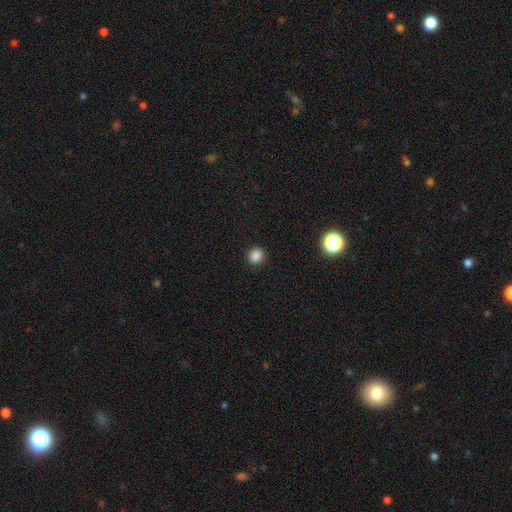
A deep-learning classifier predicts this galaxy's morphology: Smooth or featured? smooth (85%)
How rounded? round (84%)
Merging? none (91%)